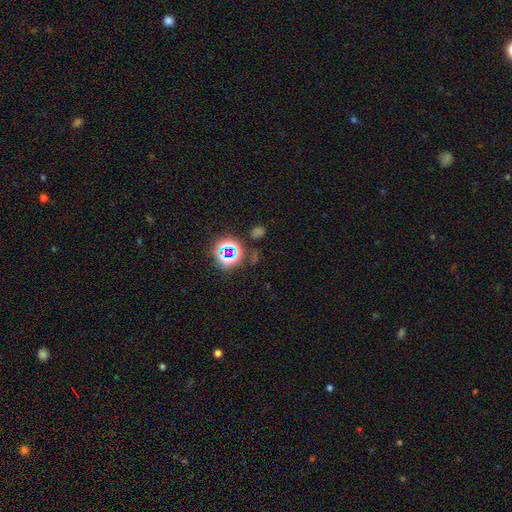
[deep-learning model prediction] Morphology: type=star or artifact (72%).